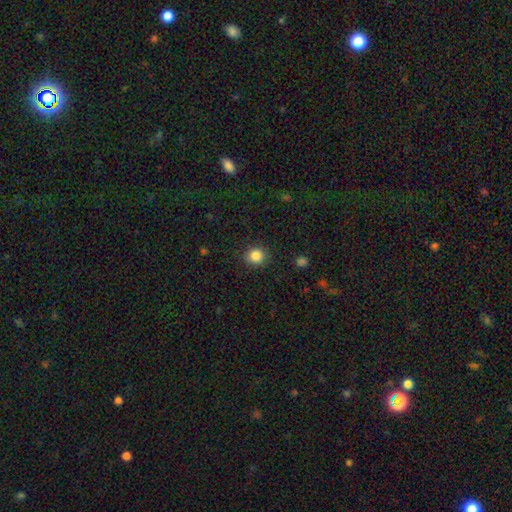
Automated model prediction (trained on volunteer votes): Smooth or featured: smooth — 85% (star or artifact — 11%)
How rounded: round — 85% (in between — 14%)
Merging: none — 90% (minor disturbance — 7%)